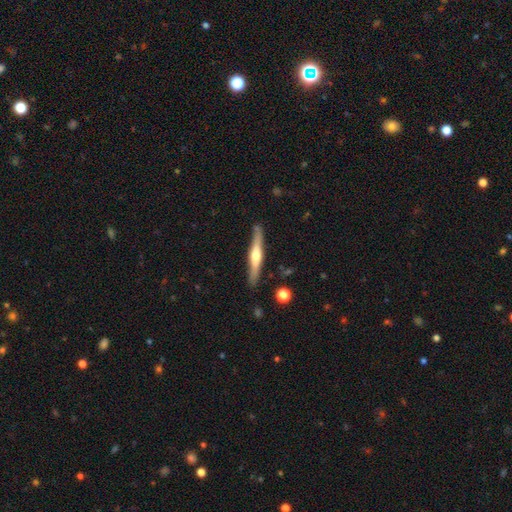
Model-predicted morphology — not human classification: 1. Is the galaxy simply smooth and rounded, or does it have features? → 64% featured or disk, 31% smooth, 5% star or artifact.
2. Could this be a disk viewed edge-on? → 96% yes, 4% no.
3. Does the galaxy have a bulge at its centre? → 85% rounded, 8% none, 7% boxy.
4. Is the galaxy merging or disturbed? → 85% none, 10% minor disturbance, 2% merger, 2% major disturbance.